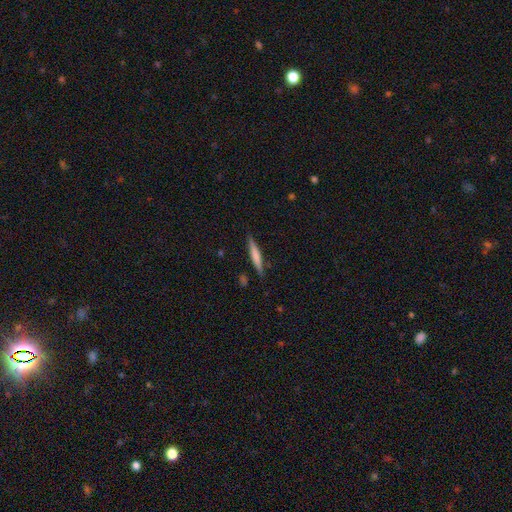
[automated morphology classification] Smooth or featured? Predicted: smooth (p=0.59). How rounded? Predicted: cigar-shaped (p=0.93). Merging? Predicted: none (p=0.87).